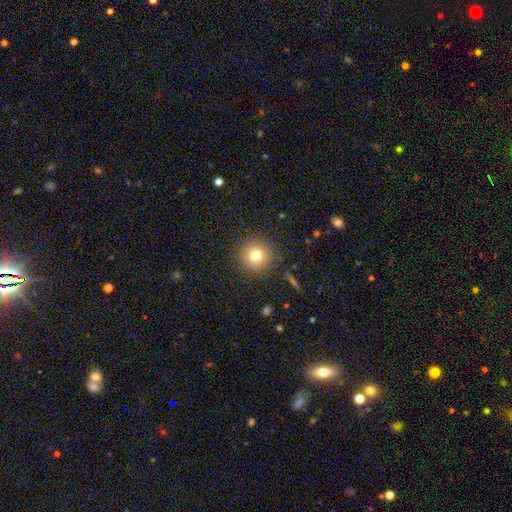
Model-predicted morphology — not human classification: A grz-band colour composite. It shows a smooth galaxy with no disk features (75%) that is round (94%). Merging: none (89%).